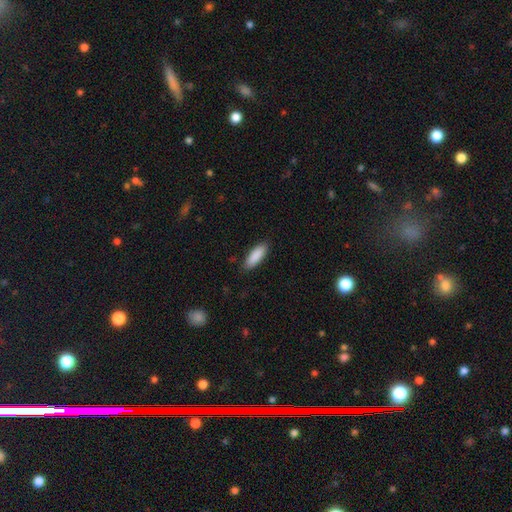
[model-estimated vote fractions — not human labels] Morphology: type=smooth (89%); roundness=in between (62%); merging=none (86%).